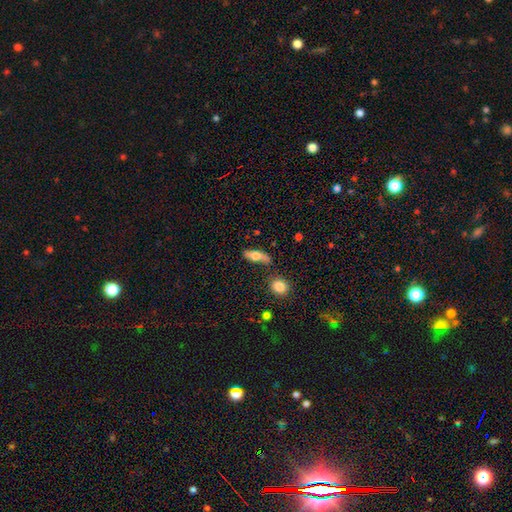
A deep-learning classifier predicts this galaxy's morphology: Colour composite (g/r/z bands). It shows a smooth galaxy with no disk features (60%) that is in between round and cigar-shaped (62%). Merging: none (68%).